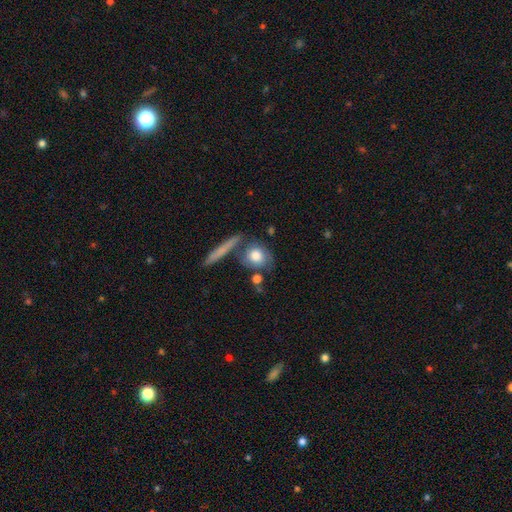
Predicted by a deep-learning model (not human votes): smooth-or-featured: smooth: 66% | featured or disk: 27% | star or artifact: 7%
  how-rounded: round: 64% | in between: 29% | cigar-shaped: 8%
  merging: none: 59% | minor disturbance: 17% | merger: 16% | major disturbance: 8%